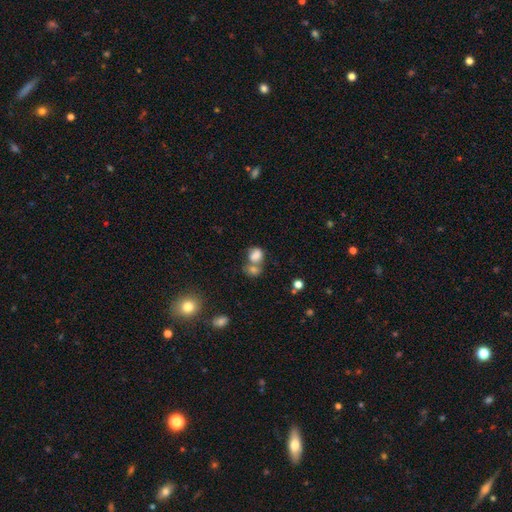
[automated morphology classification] smooth 79%, star or artifact 11%, featured or disk 10%. Down the decision tree: how rounded — in between (53%); merging — merger (54%).